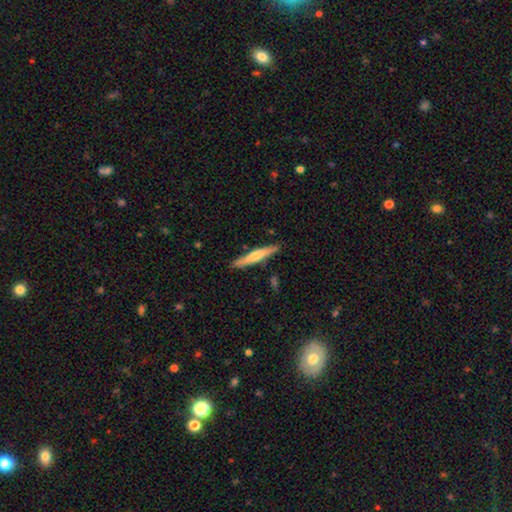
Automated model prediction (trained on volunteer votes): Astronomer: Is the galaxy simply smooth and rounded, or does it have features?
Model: smooth — 54% (runner-up: featured or disk, 41%).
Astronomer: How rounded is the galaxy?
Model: cigar-shaped — 93%.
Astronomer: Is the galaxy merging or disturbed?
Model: none — 86%.